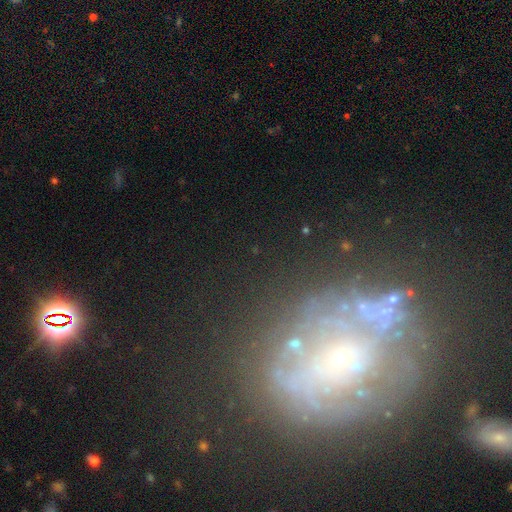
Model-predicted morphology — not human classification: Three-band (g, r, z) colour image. It shows a featured or disk galaxy (65%) with no bar (78%), no spiral arms (63%) and a small central bulge (49%). Merging: none (58%).